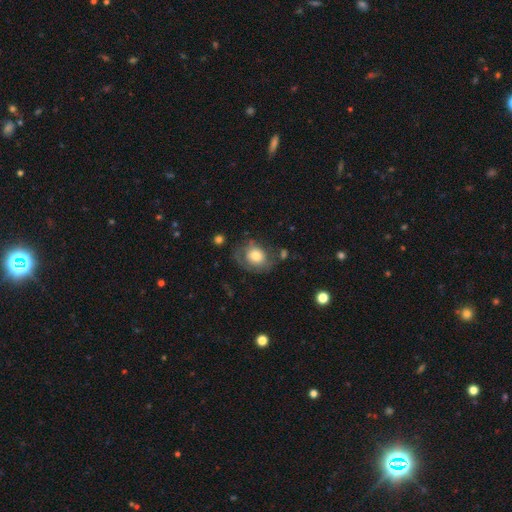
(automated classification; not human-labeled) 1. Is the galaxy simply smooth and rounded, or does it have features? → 60% smooth, 32% featured or disk, 8% star or artifact.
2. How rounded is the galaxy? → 50% in between, 49% round, 1% cigar-shaped.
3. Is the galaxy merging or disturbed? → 50% none, 27% minor disturbance, 19% major disturbance, 4% merger.